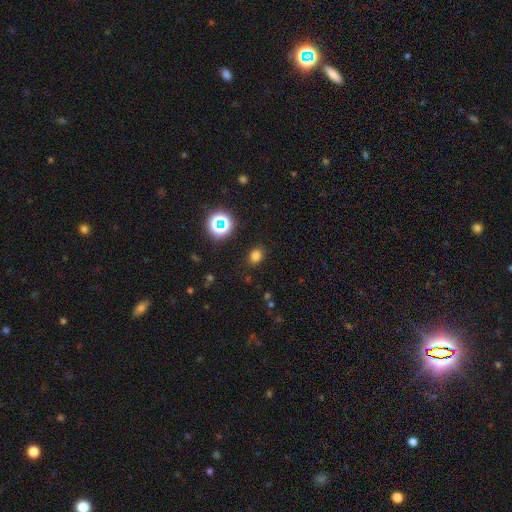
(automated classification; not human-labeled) Smooth or featured? Predicted: smooth (p=0.75). How rounded? Predicted: in between (p=0.54). Merging? Predicted: none (p=0.86).